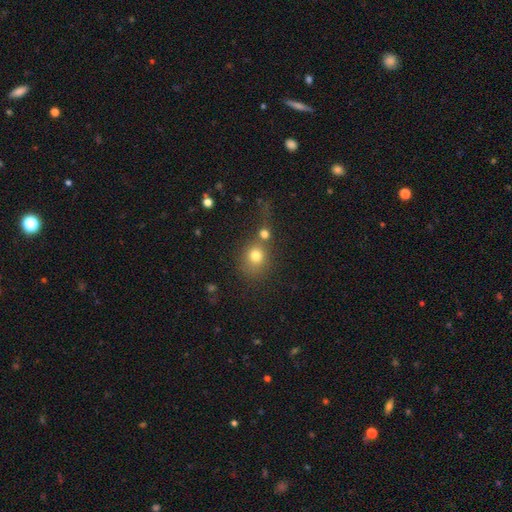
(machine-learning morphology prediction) Smooth or featured? Predicted: smooth (p=0.76). How rounded? Predicted: round (p=0.79). Merging? Predicted: none (p=0.48).